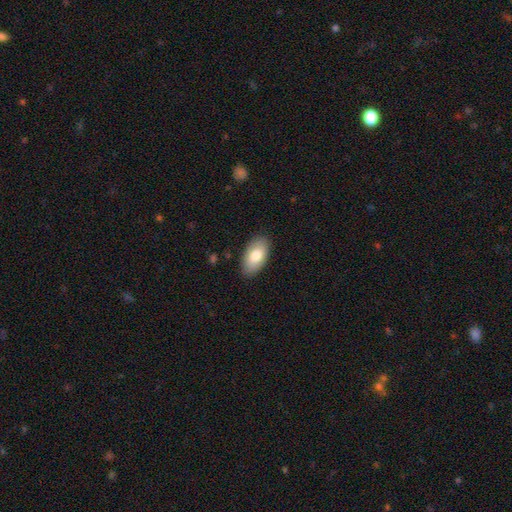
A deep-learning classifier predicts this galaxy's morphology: Smooth or featured?
  - smooth: 79% *
  - featured or disk: 15%
  - star or artifact: 6%
How rounded?
  - in between: 95% *
  - round: 3%
  - cigar-shaped: 2%
Merging?
  - none: 87% *
  - minor disturbance: 10%
  - major disturbance: 2%
  - merger: 1%